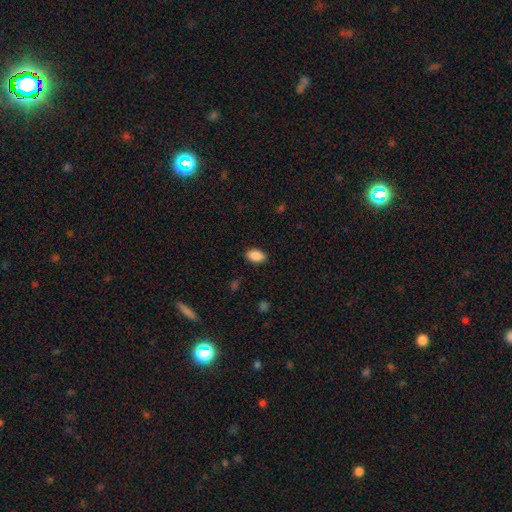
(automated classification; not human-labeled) smooth_or_featured: smooth (p=0.89) [alt: star or artifact p=0.07]
how_rounded: in between (p=0.93) [alt: round p=0.06]
merging: none (p=0.88) [alt: minor disturbance p=0.09]